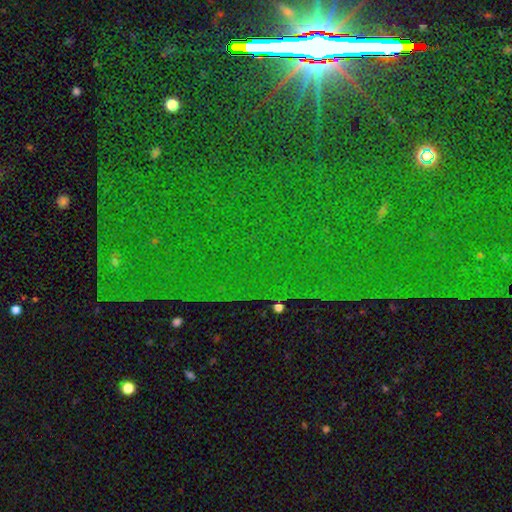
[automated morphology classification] This is clearly a star or artifact rather than a galaxy (86%).